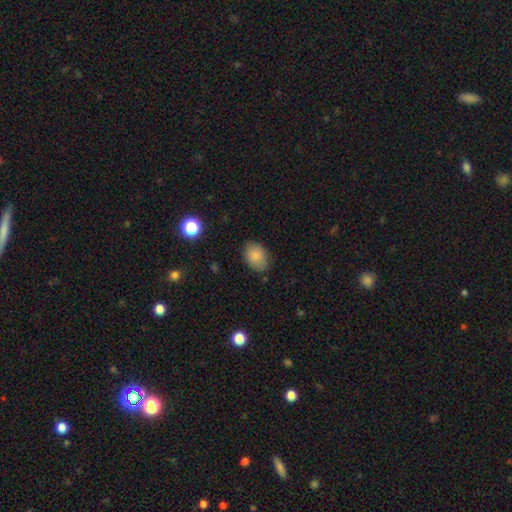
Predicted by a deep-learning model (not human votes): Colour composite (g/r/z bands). It shows a smooth galaxy with no disk features (85%) that is in between round and cigar-shaped (81%). Merging: none (81%).